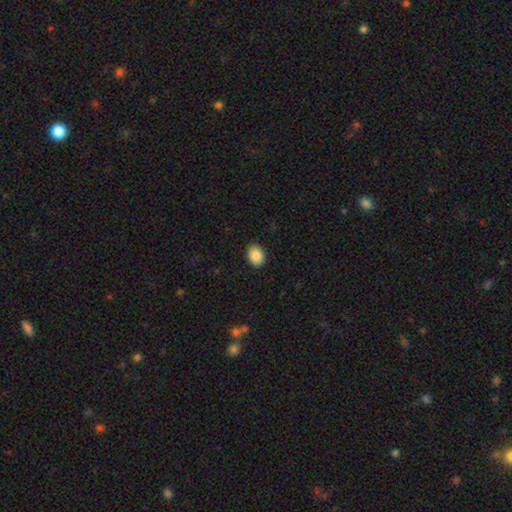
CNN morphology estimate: Smooth or featured? Predicted: smooth (p=0.88). How rounded? Predicted: in between (p=0.72). Merging? Predicted: none (p=0.90).